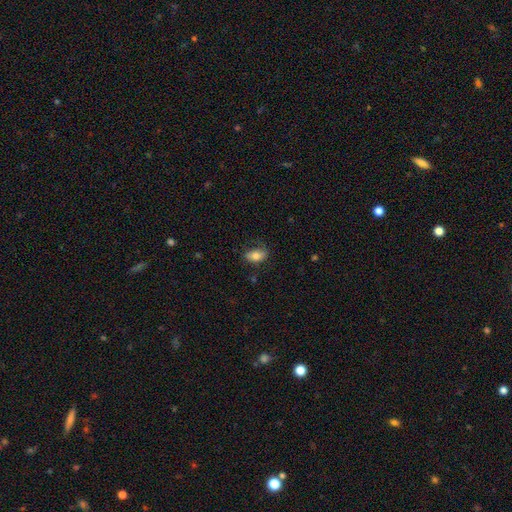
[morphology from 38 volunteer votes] Smooth or featured?
  - smooth: 89% *
  - star or artifact: 8%
  - featured or disk: 3%
How rounded?
  - in between: 91% *
  - round: 9%
  - cigar-shaped: 0%
Merging?
  - none: 74% *
  - minor disturbance: 23%
  - major disturbance: 3%
  - merger: 0%